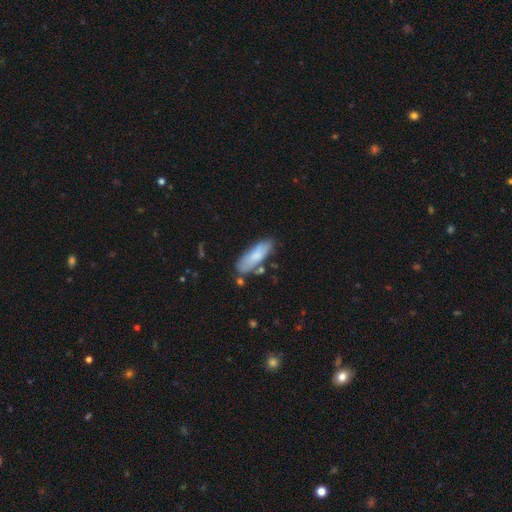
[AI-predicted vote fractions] smooth-or-featured: smooth: 77% | featured or disk: 17% | star or artifact: 6%
  how-rounded: in between: 62% | cigar-shaped: 37% | round: 2%
  merging: none: 69% | minor disturbance: 19% | merger: 7% | major disturbance: 4%